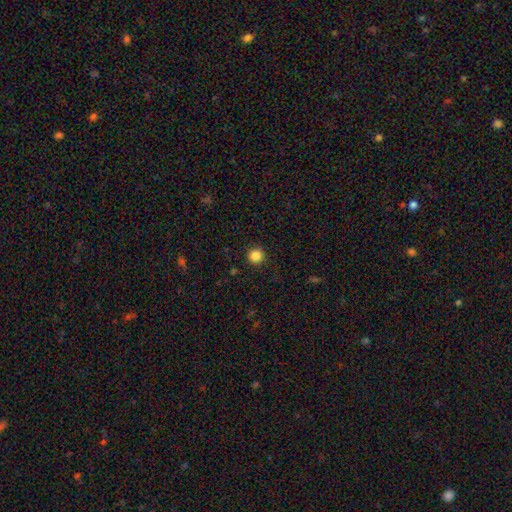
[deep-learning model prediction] Smooth or featured? Predicted: smooth (p=0.86). How rounded? Predicted: round (p=0.95). Merging? Predicted: none (p=0.92).